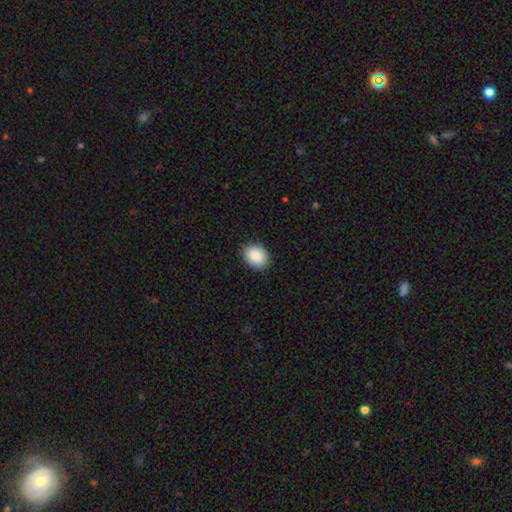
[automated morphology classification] Overall: smooth (89%). How rounded: in between (59%; round 40%). Merging: none (89%).